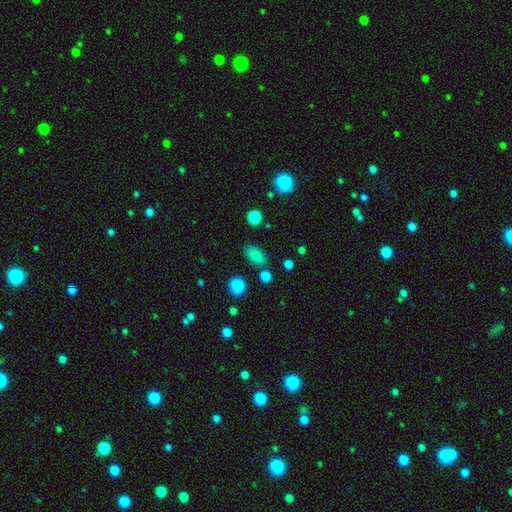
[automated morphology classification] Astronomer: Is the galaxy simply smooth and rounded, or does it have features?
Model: smooth — 81%.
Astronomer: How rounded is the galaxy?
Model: in between — 87%.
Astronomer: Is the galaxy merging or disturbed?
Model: none — 77%.